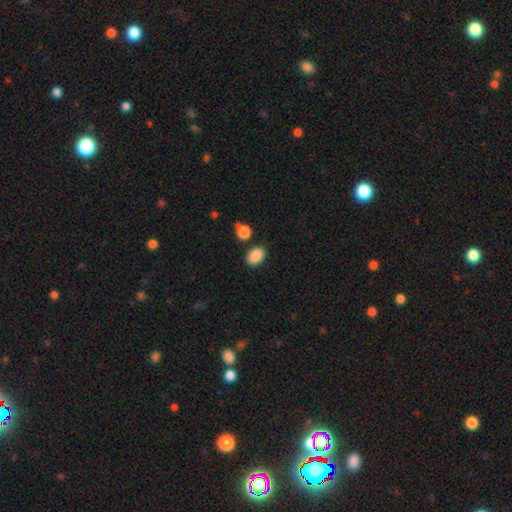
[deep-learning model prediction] Smooth or featured? smooth (88%)
How rounded? in between (78%)
Merging? none (82%)